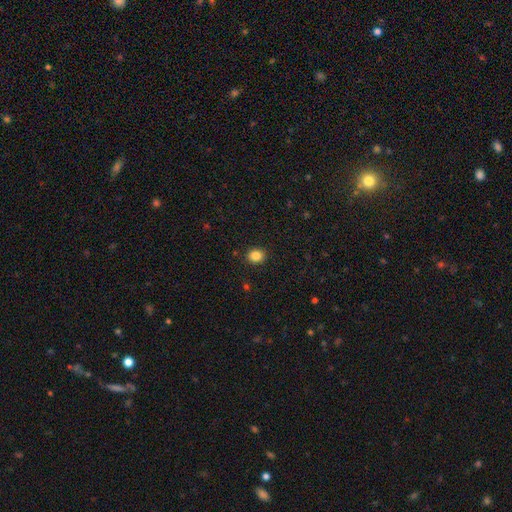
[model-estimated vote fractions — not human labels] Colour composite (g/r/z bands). It shows a smooth galaxy with no disk features (84%) that is round (62%). Merging: none (90%).